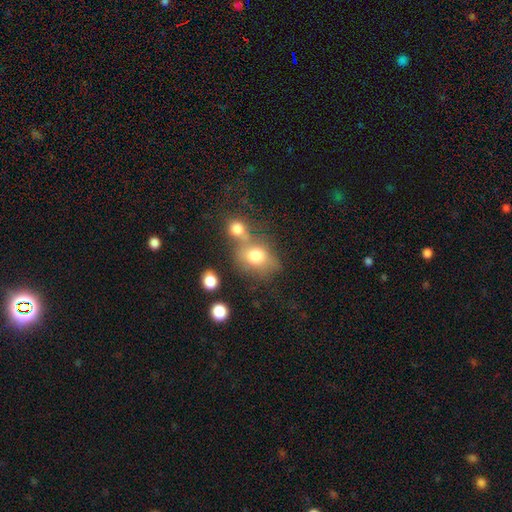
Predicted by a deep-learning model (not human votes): Overall: smooth (73%). How rounded: round (55%; in between 44%). Merging: merger (40%; none 39%).